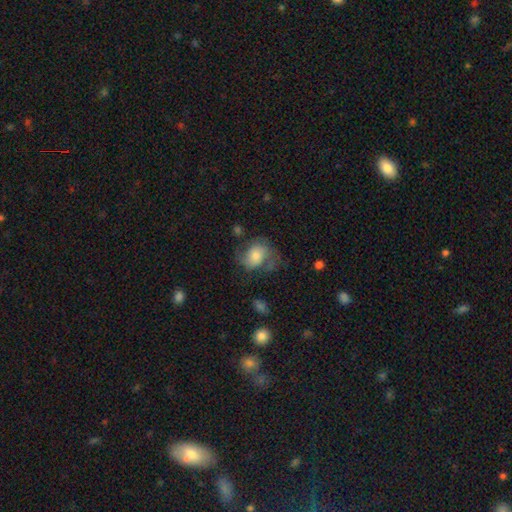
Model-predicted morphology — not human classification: Smooth or featured?
  - featured or disk: 48% *
  - smooth: 43%
  - star or artifact: 9%
Merging?
  - none: 49% *
  - minor disturbance: 25%
  - major disturbance: 23%
  - merger: 3%